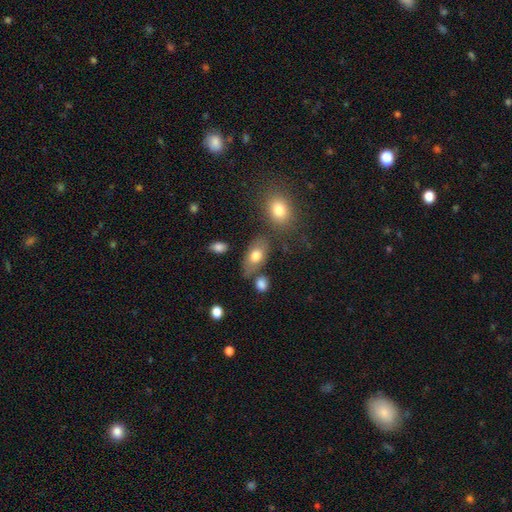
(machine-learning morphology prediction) Smooth or featured? smooth (74%)
How rounded? in between (89%)
Merging? none (65%)